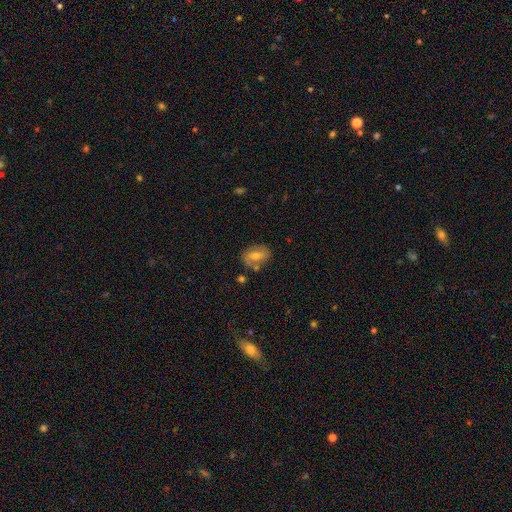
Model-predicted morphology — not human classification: This appears to be a smooth galaxy with no disk features (50%). Merging: none (74%).